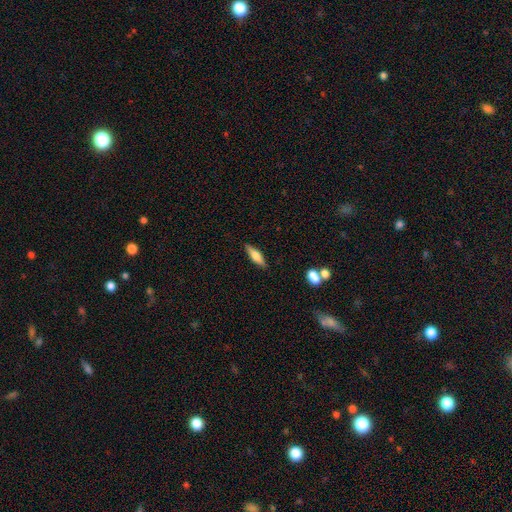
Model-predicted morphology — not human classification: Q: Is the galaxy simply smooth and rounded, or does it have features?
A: smooth — 60%.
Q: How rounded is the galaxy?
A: cigar-shaped — 57%.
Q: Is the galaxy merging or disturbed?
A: none — 86%.